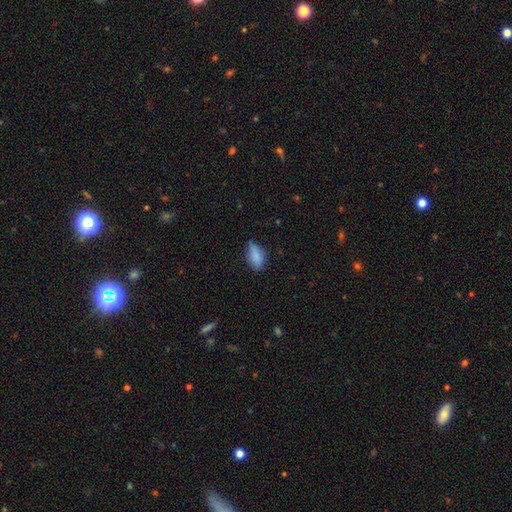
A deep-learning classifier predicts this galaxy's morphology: This appears to be a smooth galaxy with no disk features (82%) that is in between round and cigar-shaped (89%). Merging: none (55%).